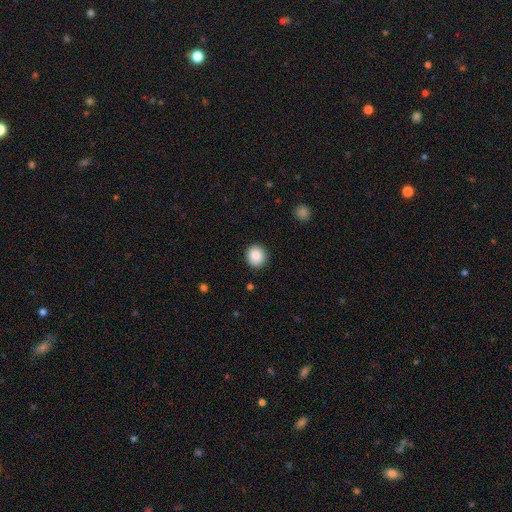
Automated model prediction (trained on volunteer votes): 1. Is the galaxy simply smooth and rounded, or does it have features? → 88% smooth, 8% star or artifact, 4% featured or disk.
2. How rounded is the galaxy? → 87% round, 12% in between, 1% cigar-shaped.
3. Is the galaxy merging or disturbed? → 90% none, 6% minor disturbance, 2% major disturbance, 1% merger.